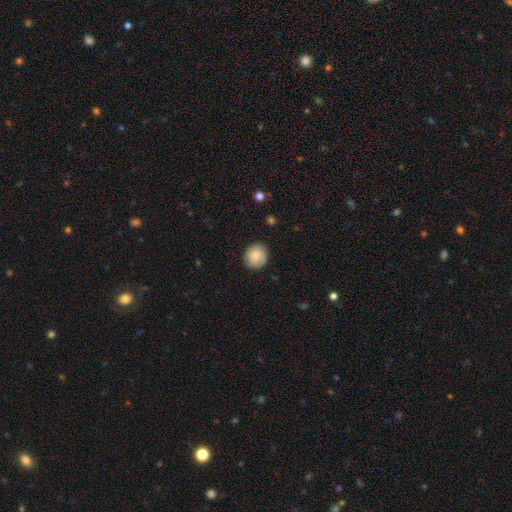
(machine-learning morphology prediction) type=smooth (78%); roundness=round (88%); merging=none (84%).